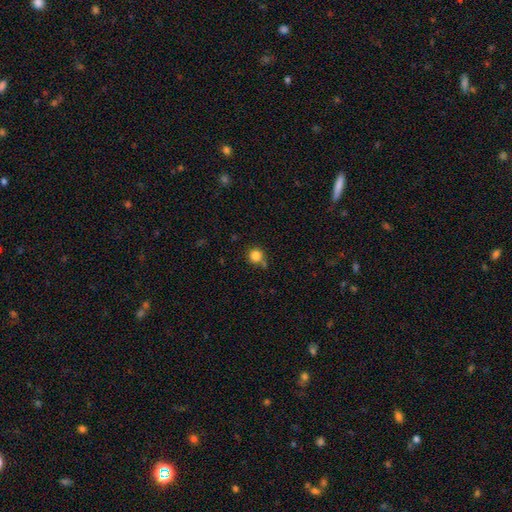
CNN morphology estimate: A smooth galaxy with no disk features (84%) that is round (92%). Merging: none (71%).